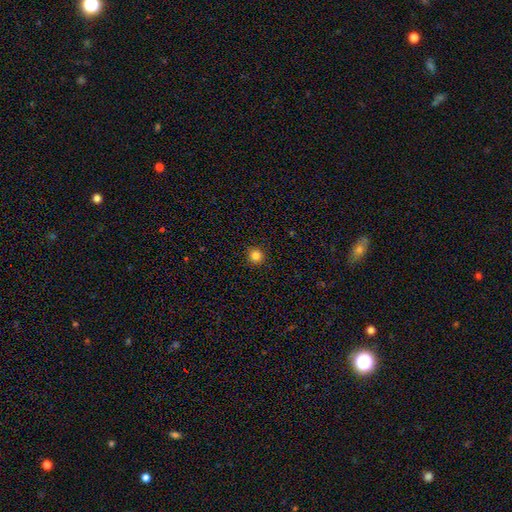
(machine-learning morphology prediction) Smooth or featured? Predicted: smooth (p=0.83). How rounded? Predicted: round (p=0.95). Merging? Predicted: none (p=0.93).